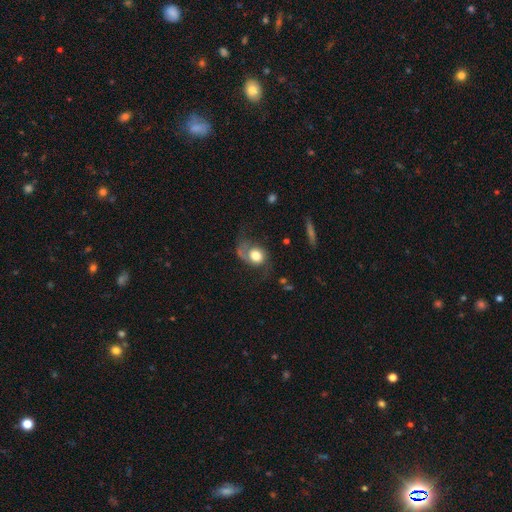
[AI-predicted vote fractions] A featured or disk galaxy (51%).

Vote fractions:
- Smooth or featured? featured or disk: 51% / smooth: 41% / star or artifact: 8%
- Edge-on disk? no: 96% / yes: 4%
- Merging? none: 42% / major disturbance: 33% / minor disturbance: 22% / merger: 3%